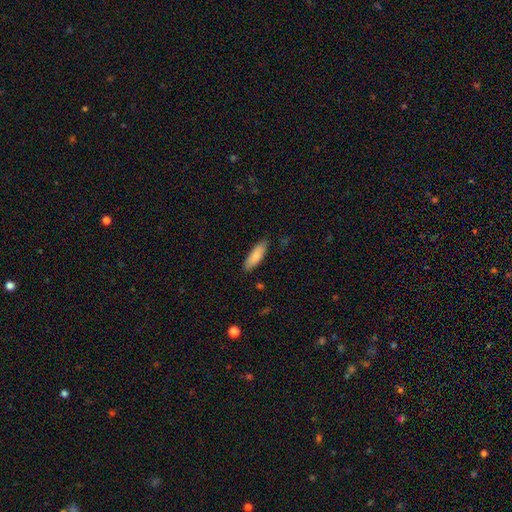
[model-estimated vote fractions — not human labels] smooth 85%, featured or disk 9%, star or artifact 6%. Down the decision tree: how rounded — in between (53%); merging — none (84%).